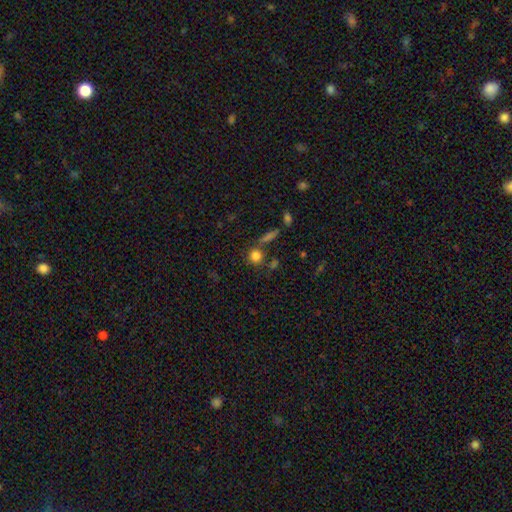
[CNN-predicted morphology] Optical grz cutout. It shows a smooth galaxy with no disk features (81%) that is round (89%). Merging: none (72%).